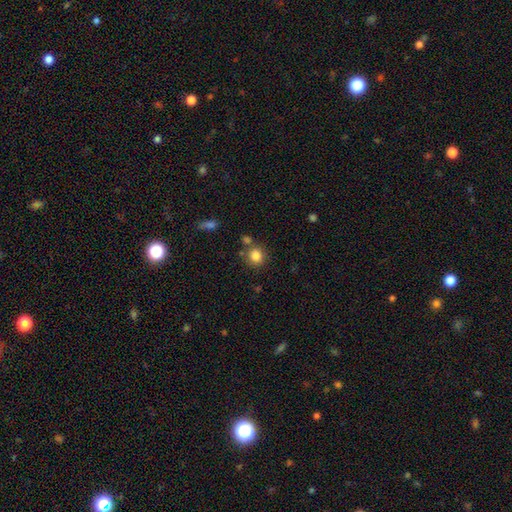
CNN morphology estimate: Smooth or featured? Predicted: smooth (p=0.84). How rounded? Predicted: round (p=0.84). Merging? Predicted: none (p=0.73).